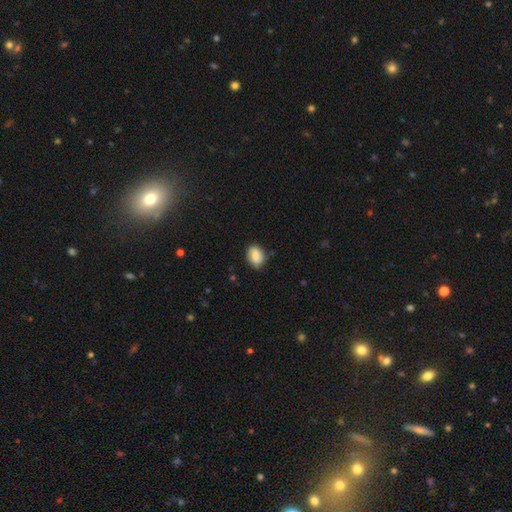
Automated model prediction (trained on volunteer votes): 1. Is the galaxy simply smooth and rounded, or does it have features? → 82% smooth, 11% featured or disk, 8% star or artifact.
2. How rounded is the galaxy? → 73% in between, 26% round, 1% cigar-shaped.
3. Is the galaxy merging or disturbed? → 76% none, 19% minor disturbance, 3% major disturbance, 2% merger.